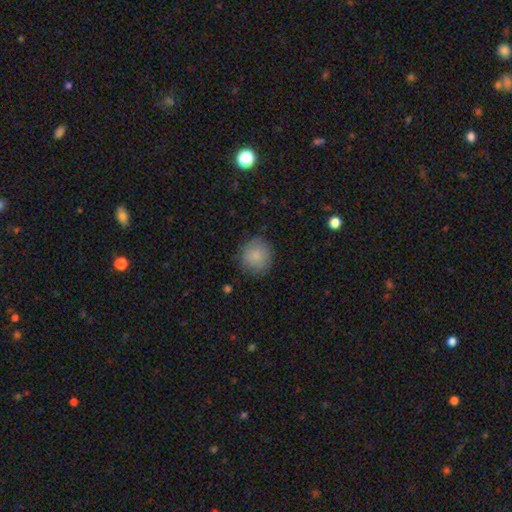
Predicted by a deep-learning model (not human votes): Smooth or featured: smooth — 85% (star or artifact — 8%)
How rounded: round — 92% (in between — 7%)
Merging: none — 83% (minor disturbance — 12%)